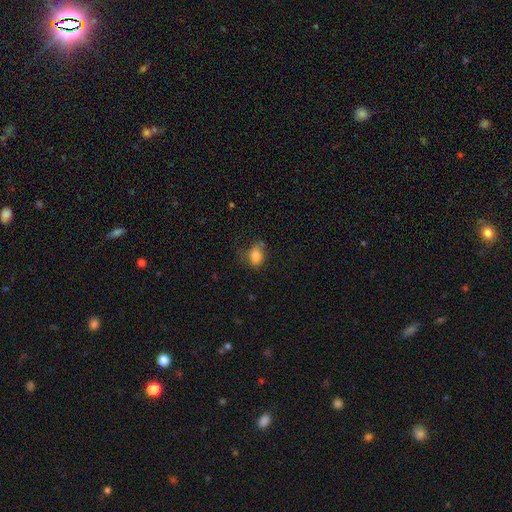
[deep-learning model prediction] Smooth or featured? smooth (80%)
How rounded? in between (72%)
Merging? none (55%)